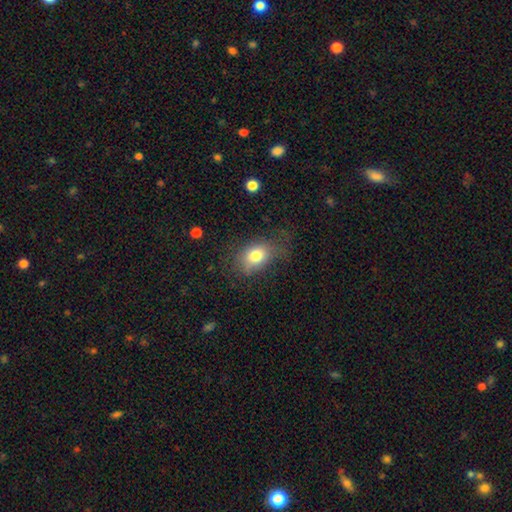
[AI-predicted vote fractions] Q: Smooth or featured?
A: smooth (77%); runner-up: featured or disk (13%)
Q: How rounded?
A: in between (75%); runner-up: round (24%)
Q: Merging?
A: none (59%); runner-up: minor disturbance (24%)